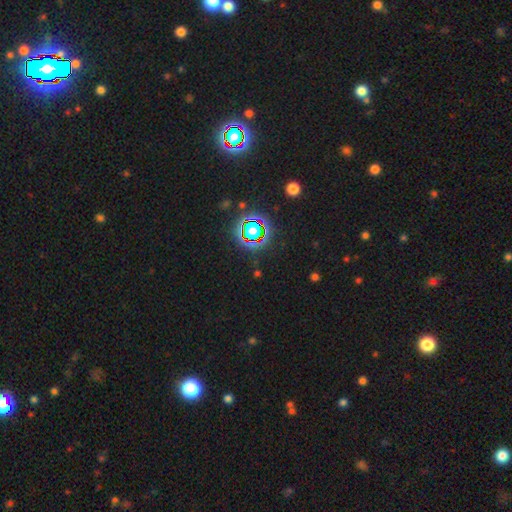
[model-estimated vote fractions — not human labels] A star or artifact, not a galaxy (80%).